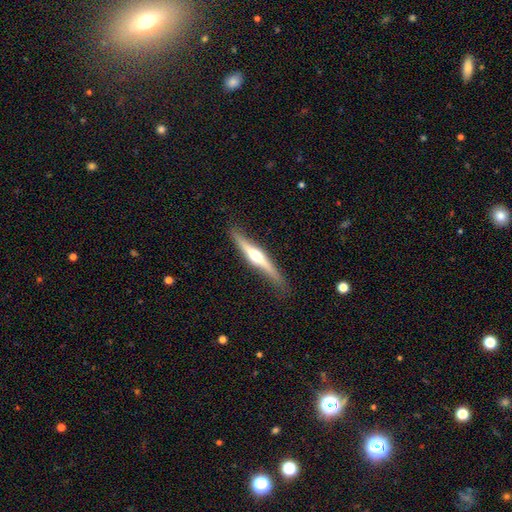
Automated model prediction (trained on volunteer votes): Smooth or featured? Predicted: featured or disk (p=0.72). Edge-on disk? Predicted: yes (p=0.96). Edge-on bulge? Predicted: rounded (p=0.90). Merging? Predicted: none (p=0.84).